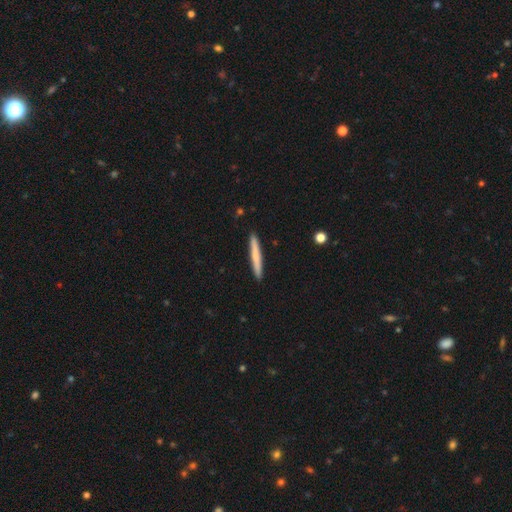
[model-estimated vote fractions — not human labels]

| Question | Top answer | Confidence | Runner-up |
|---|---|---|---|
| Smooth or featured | smooth | 69% | featured or disk (26%) |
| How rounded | cigar-shaped | 96% | in between (2%) |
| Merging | none | 92% | minor disturbance (6%) |